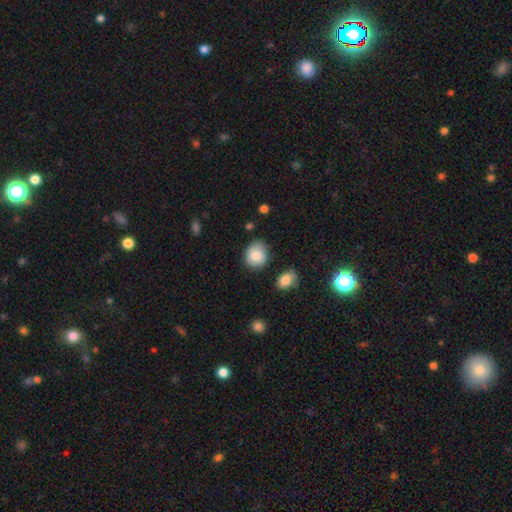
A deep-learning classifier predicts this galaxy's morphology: Smooth or featured? Predicted: smooth (p=0.81). How rounded? Predicted: round (p=0.58). Merging? Predicted: none (p=0.79).